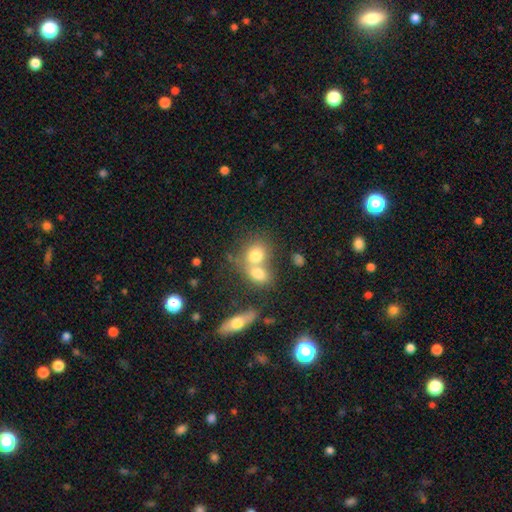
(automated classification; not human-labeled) Q: Smooth or featured?
A: smooth (74%); runner-up: featured or disk (15%)
Q: How rounded?
A: round (58%); runner-up: in between (40%)
Q: Merging?
A: merger (59%); runner-up: none (29%)